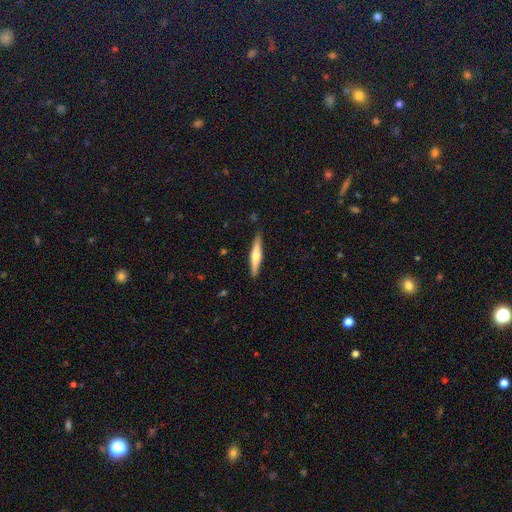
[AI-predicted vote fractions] Overall: featured or disk (52%; smooth 42%). Edge-on disk: yes (95%). Merging: none (89%).